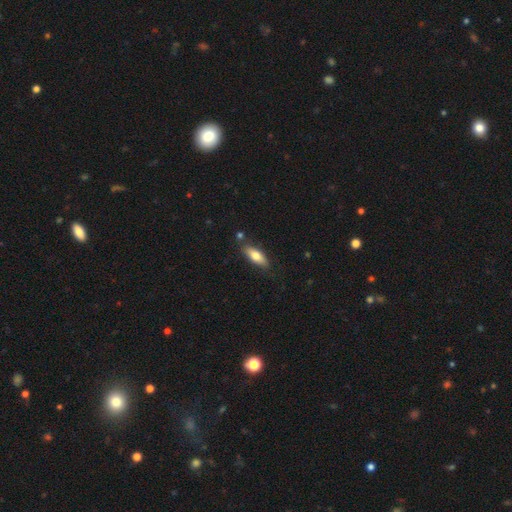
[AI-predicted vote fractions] A smooth galaxy with no disk features (71%) that is in between round and cigar-shaped (63%).

Vote fractions:
- Smooth or featured? smooth: 71% / featured or disk: 23% / star or artifact: 6%
- How rounded? in between: 63% / cigar-shaped: 35% / round: 2%
- Merging? none: 80% / minor disturbance: 14% / merger: 4% / major disturbance: 3%